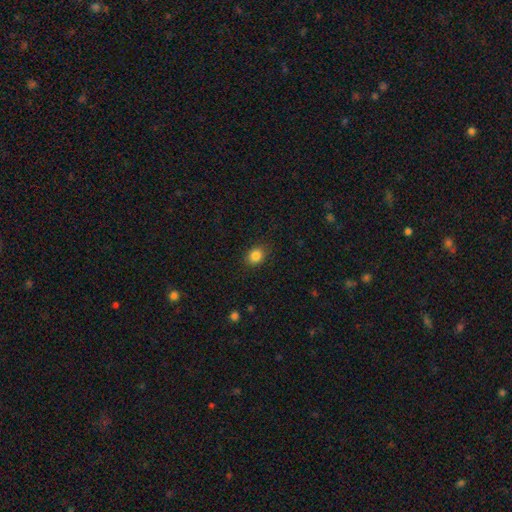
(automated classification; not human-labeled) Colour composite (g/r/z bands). It shows a smooth galaxy with no disk features (85%) that is round (57%). Merging: none (86%).